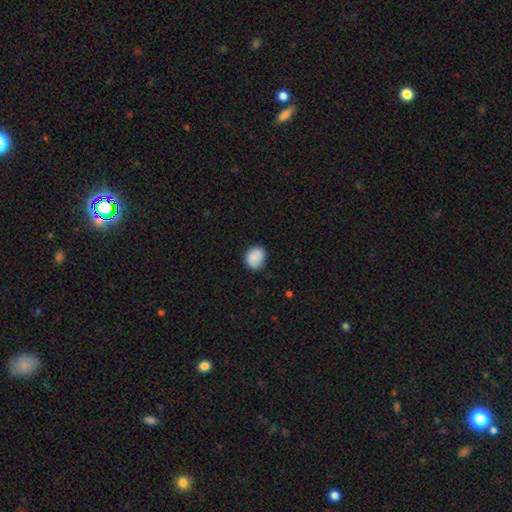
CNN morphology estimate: Smooth or featured? smooth (83%)
How rounded? round (58%)
Merging? none (77%)